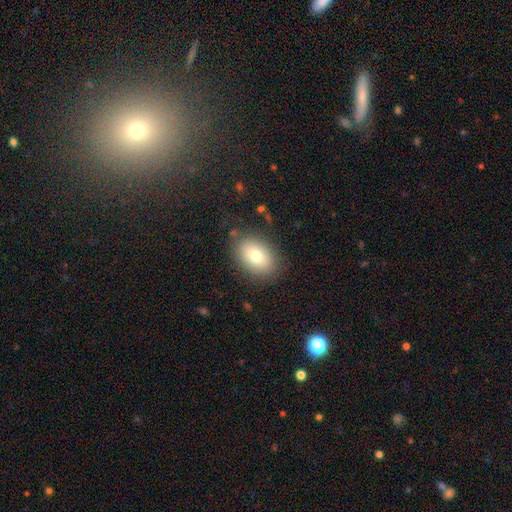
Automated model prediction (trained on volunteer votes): Smooth or featured: smooth — 77% (featured or disk — 14%)
How rounded: in between — 82% (round — 17%)
Merging: none — 82% (minor disturbance — 12%)